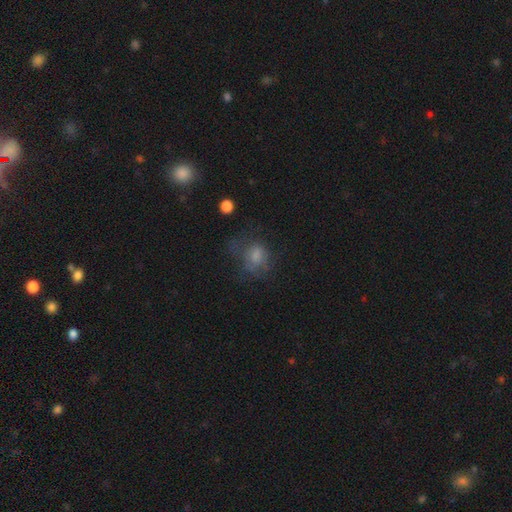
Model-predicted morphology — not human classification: A smooth galaxy with no disk features (53%) that is round (56%). Merging: none (48%).